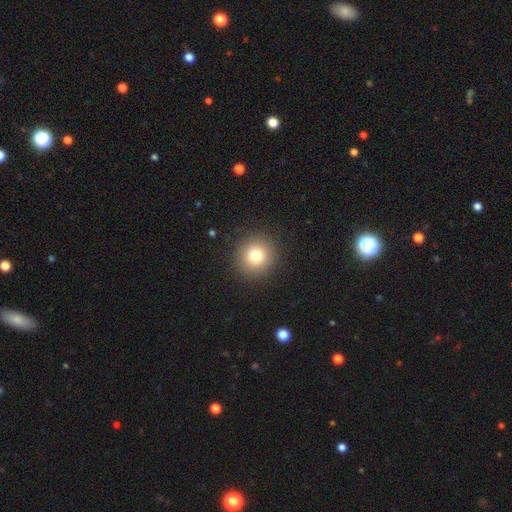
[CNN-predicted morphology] smooth-or-featured: smooth: 78% | star or artifact: 12% | featured or disk: 9%
  how-rounded: round: 93% | in between: 6% | cigar-shaped: 1%
  merging: none: 91% | minor disturbance: 5% | major disturbance: 2% | merger: 1%